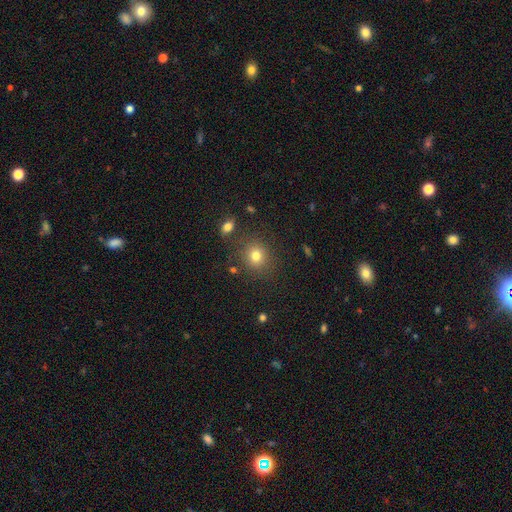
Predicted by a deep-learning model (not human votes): Overall: smooth (78%). How rounded: round (82%). Merging: none (83%).